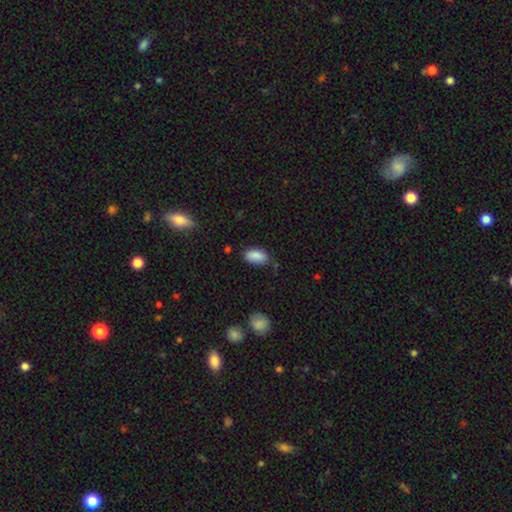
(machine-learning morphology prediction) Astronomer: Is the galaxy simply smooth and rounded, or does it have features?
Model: smooth — 88%.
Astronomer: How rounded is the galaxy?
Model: in between — 93%.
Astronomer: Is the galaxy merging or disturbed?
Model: none — 68%.